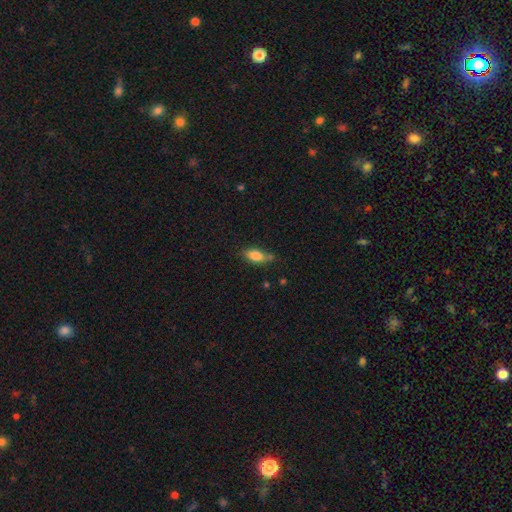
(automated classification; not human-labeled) Q: Smooth or featured?
A: smooth (81%); runner-up: featured or disk (11%)
Q: How rounded?
A: in between (83%); runner-up: cigar-shaped (12%)
Q: Merging?
A: none (62%); runner-up: minor disturbance (25%)